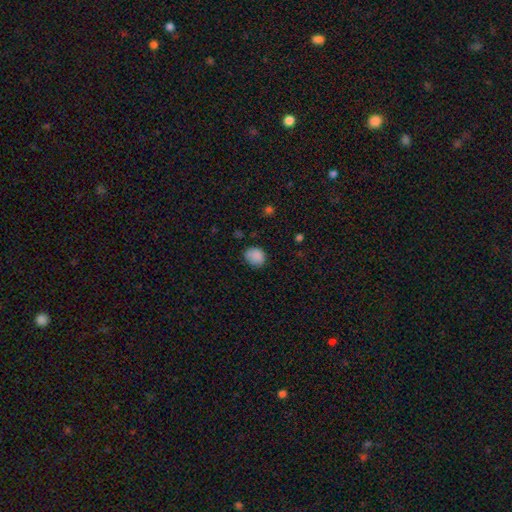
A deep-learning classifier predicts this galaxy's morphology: smooth 85%, star or artifact 9%, featured or disk 5%. Down the decision tree: how rounded — round (61%); merging — none (71%).